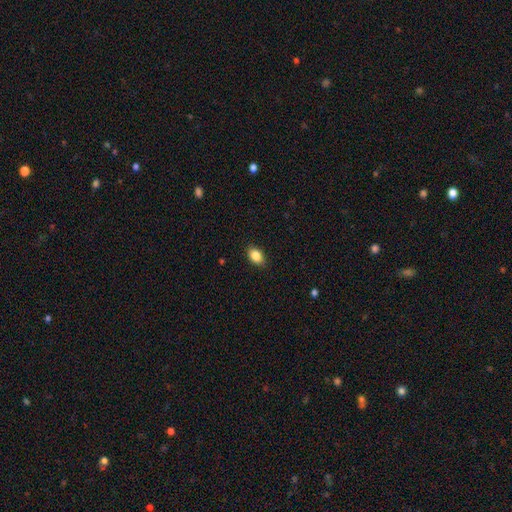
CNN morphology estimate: type=smooth (87%); roundness=in between (84%); merging=none (89%).